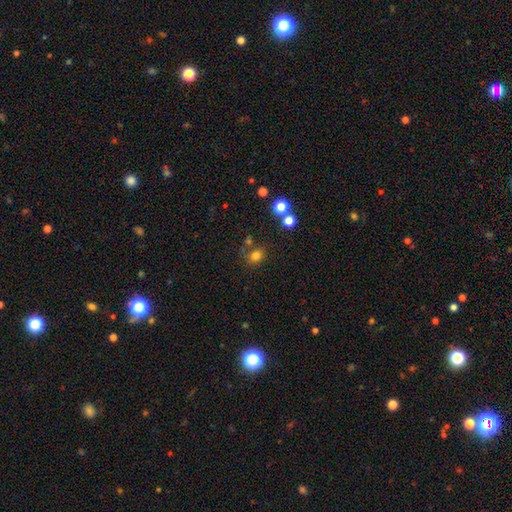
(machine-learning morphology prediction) Overall: smooth (77%). How rounded: round (61%; in between 38%). Merging: none (65%).